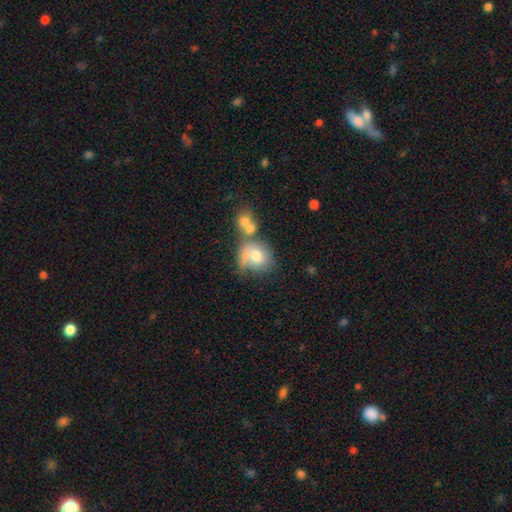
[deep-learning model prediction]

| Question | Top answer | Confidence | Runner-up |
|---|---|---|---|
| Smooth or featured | smooth | 66% | featured or disk (26%) |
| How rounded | round | 66% | in between (33%) |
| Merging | merger | 39% | none (30%) |